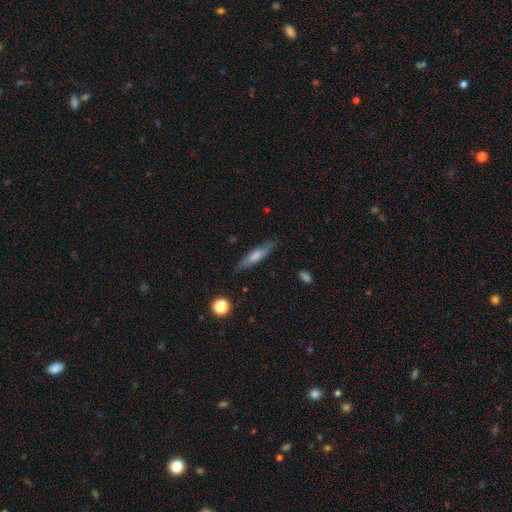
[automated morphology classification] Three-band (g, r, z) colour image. It shows a smooth galaxy with no disk features (61%) that is cigar-shaped (80%). Merging: none (83%).